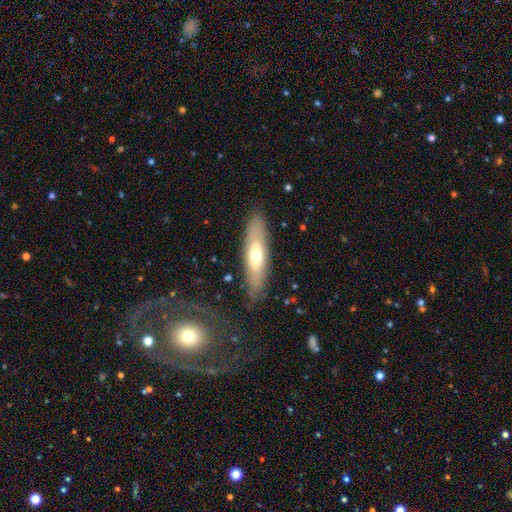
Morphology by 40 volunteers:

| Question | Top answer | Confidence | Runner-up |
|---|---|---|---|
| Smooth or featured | smooth | 55% | featured or disk (45%) |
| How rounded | cigar-shaped | 64% | in between (32%) |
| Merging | none | 82% | minor disturbance (15%) |